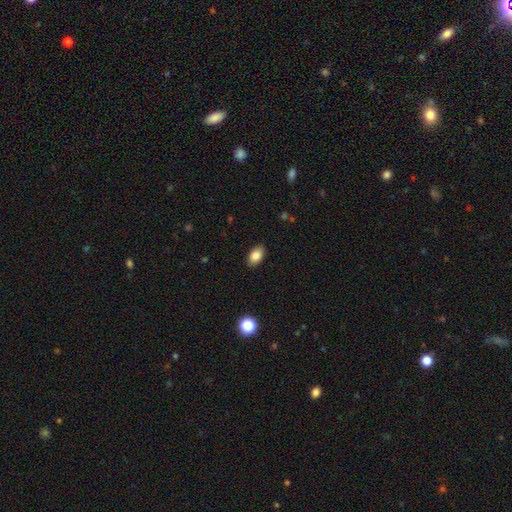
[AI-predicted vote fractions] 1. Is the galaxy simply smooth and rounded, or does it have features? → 85% smooth, 9% star or artifact, 7% featured or disk.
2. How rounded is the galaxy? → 90% in between, 8% round, 2% cigar-shaped.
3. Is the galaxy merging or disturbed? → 88% none, 9% minor disturbance, 2% major disturbance, 1% merger.